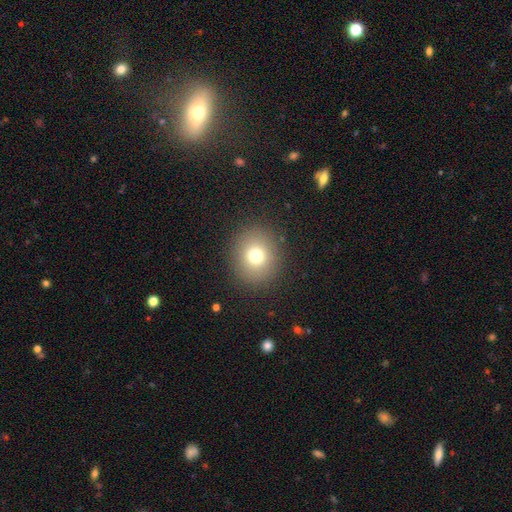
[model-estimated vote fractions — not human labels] Smooth or featured? smooth (75%)
How rounded? round (82%)
Merging? none (89%)